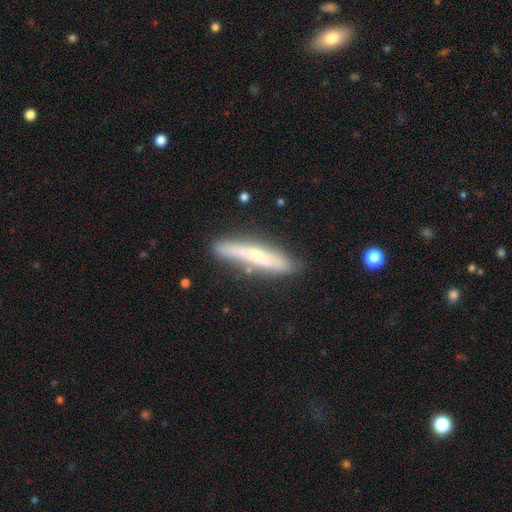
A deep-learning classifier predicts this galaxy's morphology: This appears to be a smooth galaxy with no disk features (52%) that is cigar-shaped (90%). Merging: none (77%).